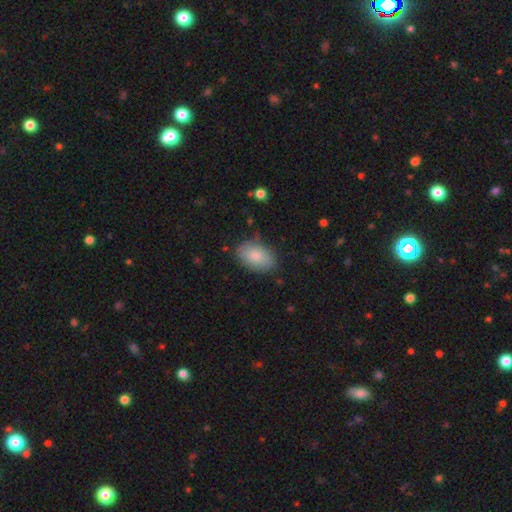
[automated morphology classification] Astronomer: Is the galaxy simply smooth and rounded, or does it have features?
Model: smooth — 83%.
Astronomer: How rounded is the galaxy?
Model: in between — 91%.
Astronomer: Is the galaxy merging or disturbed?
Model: none — 78%.